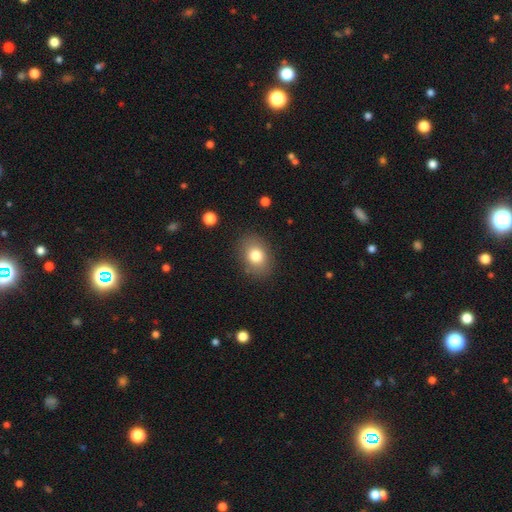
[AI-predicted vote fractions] Smooth or featured? Predicted: smooth (p=0.79). How rounded? Predicted: in between (p=0.64). Merging? Predicted: none (p=0.85).